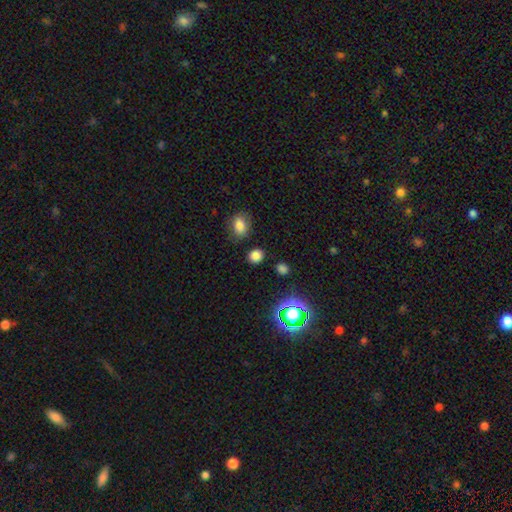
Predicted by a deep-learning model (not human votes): This is likely a smooth galaxy (77%). How rounded: likely round (74%). Merging: clearly none (84%).